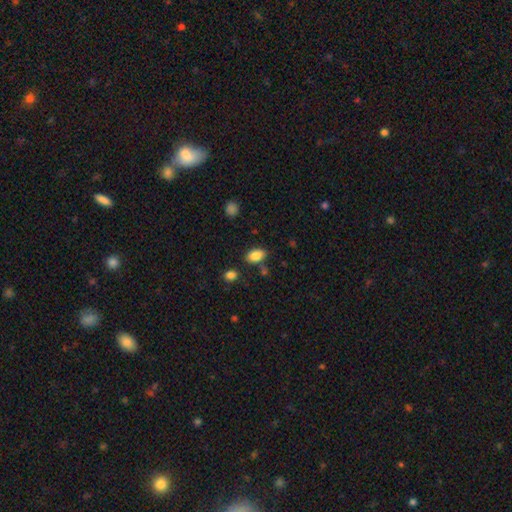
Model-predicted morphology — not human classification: This appears to be a smooth galaxy with no disk features (85%) that is in between round and cigar-shaped (89%). Merging: none (78%).